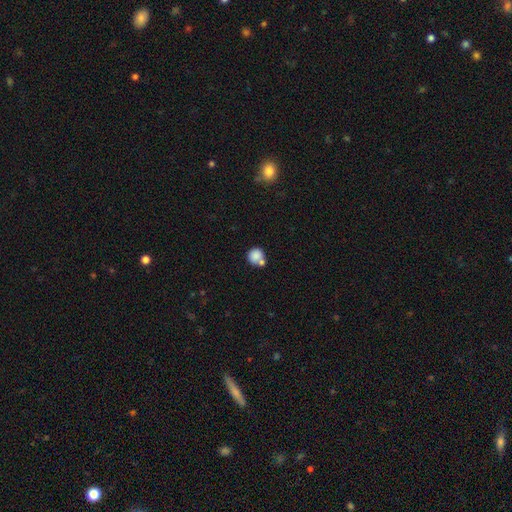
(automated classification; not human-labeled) smooth_or_featured: smooth (p=0.83) [alt: star or artifact p=0.09]
how_rounded: round (p=0.86) [alt: in between p=0.13]
merging: none (p=0.50) [alt: merger p=0.34]